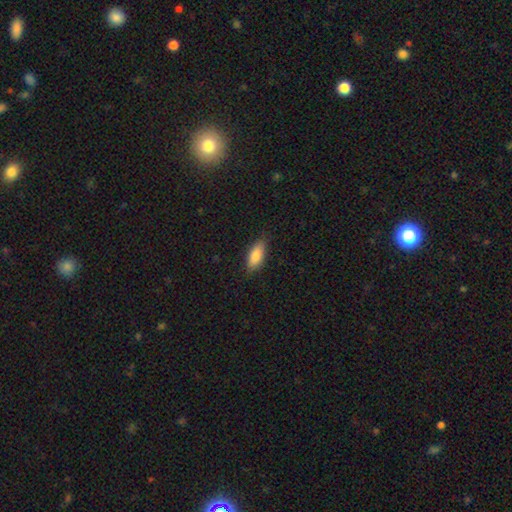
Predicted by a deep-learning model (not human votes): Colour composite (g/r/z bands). It shows a smooth galaxy with no disk features (83%) that is in between round and cigar-shaped (81%). Merging: none (82%).